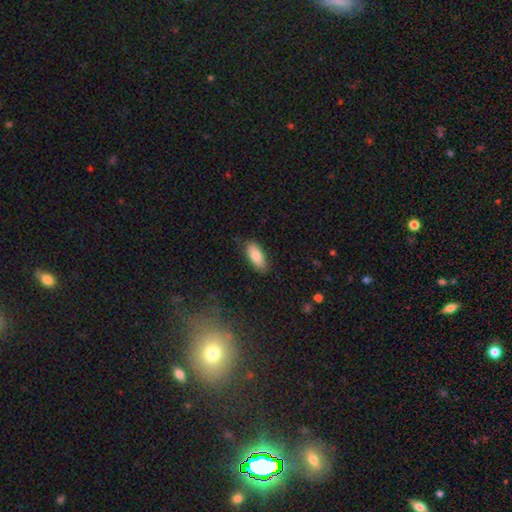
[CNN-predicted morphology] type=smooth (80%); roundness=in between (82%); merging=none (84%).